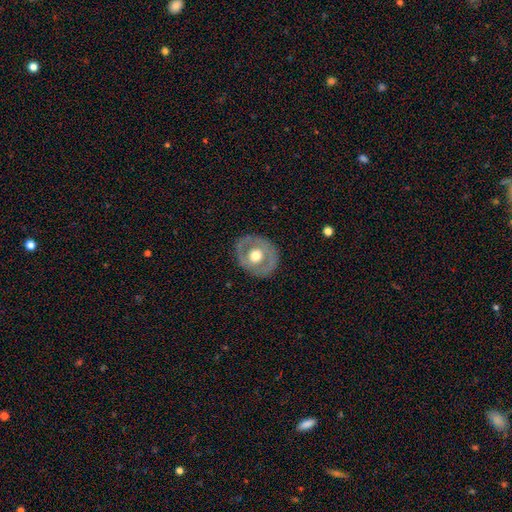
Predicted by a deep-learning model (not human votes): Smooth or featured?
  - featured or disk: 57% *
  - smooth: 38%
  - star or artifact: 5%
Edge-on disk?
  - no: 95% *
  - yes: 5%
Bar?
  - no: 81% *
  - weak: 15%
  - strong: 4%
Spiral arms?
  - no: 81% *
  - yes: 19%
Bulge size?
  - moderate: 57% *
  - large: 37%
  - small: 3%
  - dominant: 2%
  - none: 1%
Merging?
  - none: 82% *
  - minor disturbance: 12%
  - major disturbance: 5%
  - merger: 1%